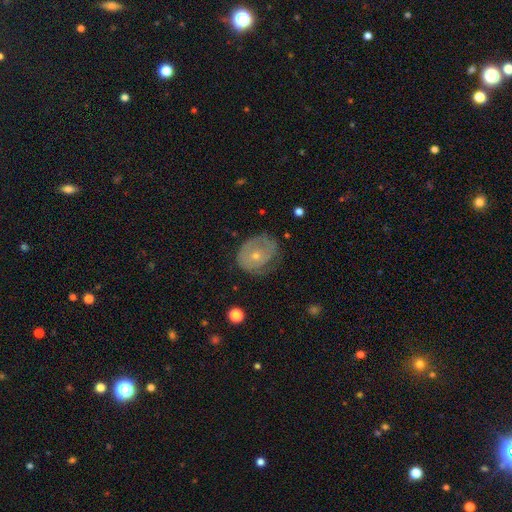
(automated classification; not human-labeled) smooth_or_featured: featured or disk (p=0.56) [alt: smooth p=0.37]
disk_edge_on: no (p=0.96) [alt: yes p=0.04]
bar: no (p=0.85) [alt: weak p=0.13]
has_spiral_arms: yes (p=0.60) [alt: no p=0.40]
bulge_size: small (p=0.66) [alt: moderate p=0.30]
merging: none (p=0.55) [alt: minor disturbance p=0.28]